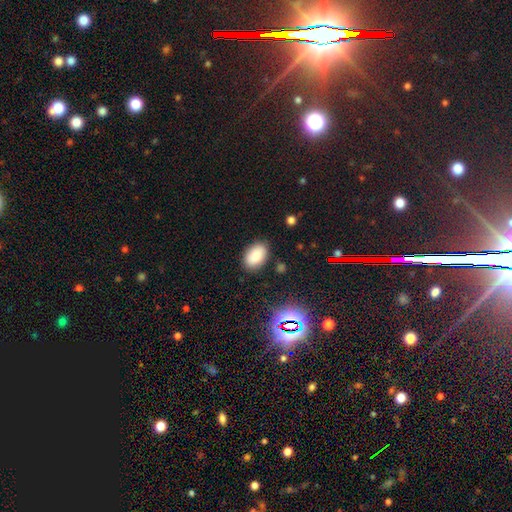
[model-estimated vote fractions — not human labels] Smooth or featured?
  - smooth: 83% *
  - star or artifact: 9%
  - featured or disk: 7%
How rounded?
  - in between: 89% *
  - round: 9%
  - cigar-shaped: 1%
Merging?
  - none: 84% *
  - minor disturbance: 11%
  - major disturbance: 3%
  - merger: 2%